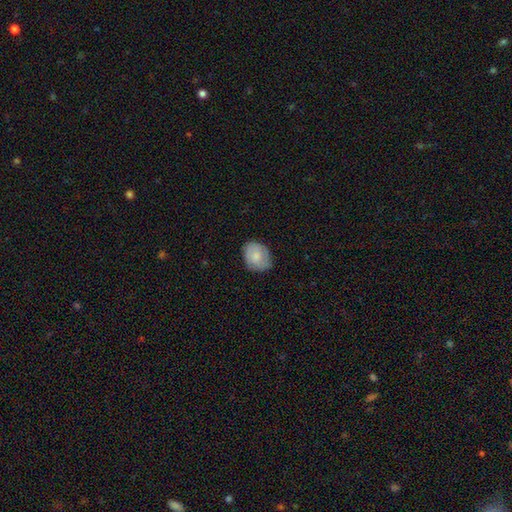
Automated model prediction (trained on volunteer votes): This is likely a smooth galaxy (76%). How rounded: possibly in between (57%). Merging: likely none (72%).